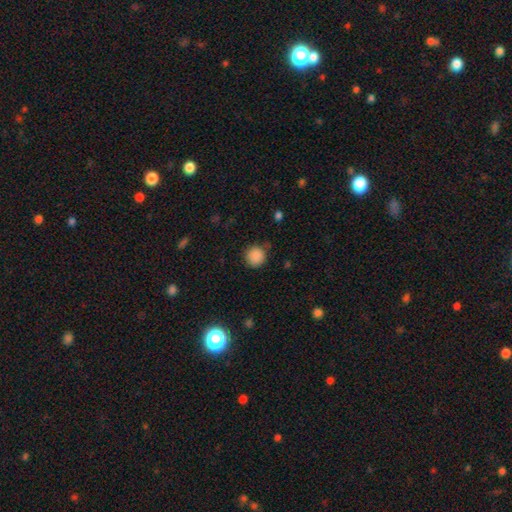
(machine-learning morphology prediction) A smooth galaxy with no disk features (88%) that is round (93%).

Vote fractions:
- Smooth or featured? smooth: 88% / star or artifact: 9% / featured or disk: 3%
- How rounded? round: 93% / in between: 6% / cigar-shaped: 1%
- Merging? none: 83% / minor disturbance: 12% / major disturbance: 3% / merger: 2%